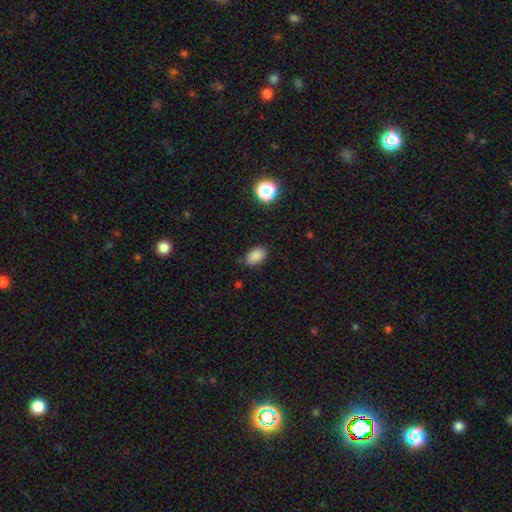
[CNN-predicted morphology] This is clearly a smooth galaxy (86%). How rounded: clearly in between (89%). Merging: likely none (80%).